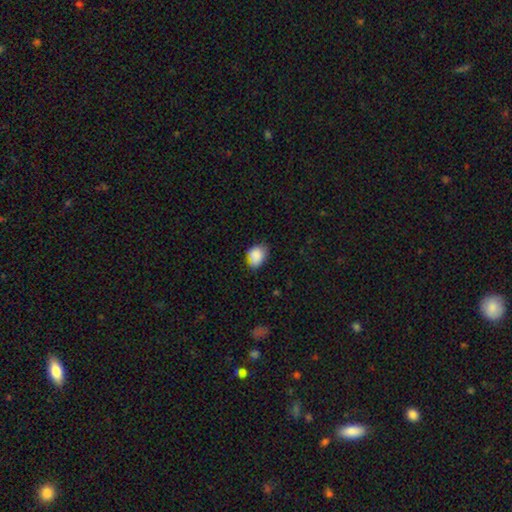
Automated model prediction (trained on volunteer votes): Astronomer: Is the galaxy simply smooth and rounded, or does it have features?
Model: smooth — 86%.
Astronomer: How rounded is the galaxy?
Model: in between — 62%.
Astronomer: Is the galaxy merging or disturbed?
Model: none — 66%.